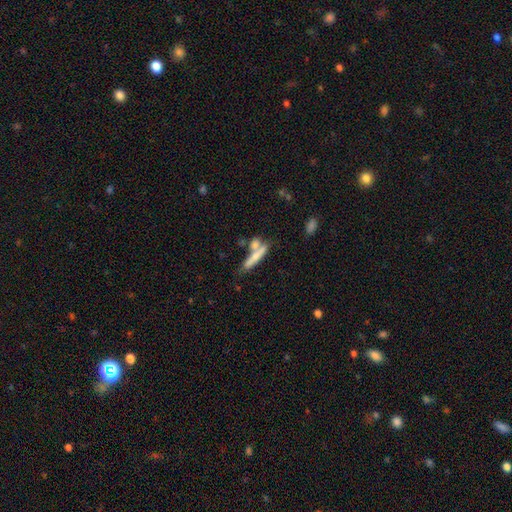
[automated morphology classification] A smooth galaxy with no disk features (59%) that is cigar-shaped (83%). Merging: none (50%).